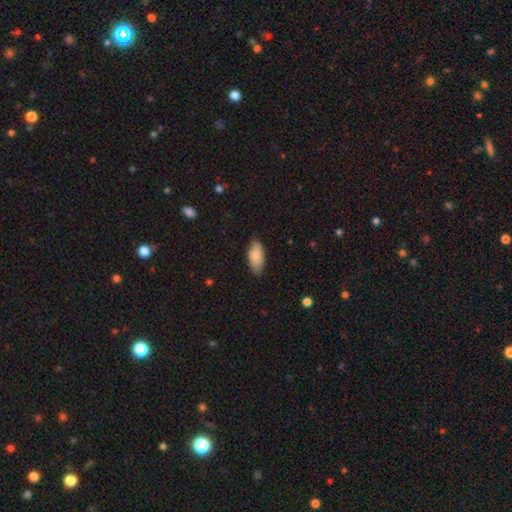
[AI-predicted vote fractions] Q: Smooth or featured?
A: smooth (85%); runner-up: featured or disk (8%)
Q: How rounded?
A: in between (87%); runner-up: cigar-shaped (11%)
Q: Merging?
A: none (78%); runner-up: minor disturbance (18%)